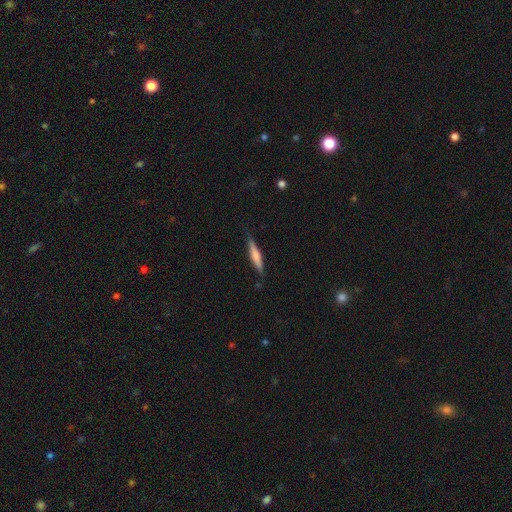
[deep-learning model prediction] Smooth or featured? Predicted: smooth (p=0.51). How rounded? Predicted: cigar-shaped (p=0.90). Merging? Predicted: none (p=0.85).